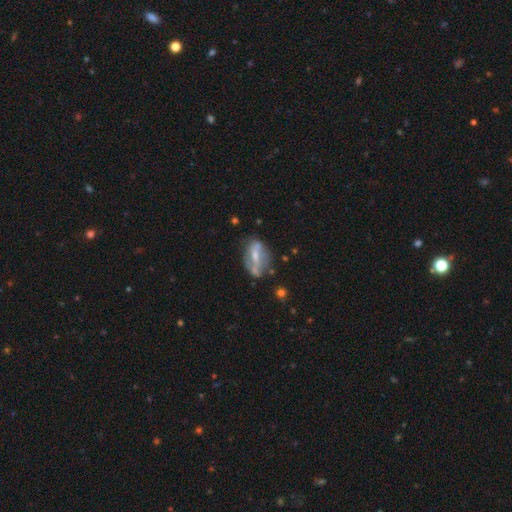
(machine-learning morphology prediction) A featured or disk galaxy (62%) with a strong bar (38%), no spiral arms (57%) and a small central bulge (46%).

Vote fractions:
- Smooth or featured? featured or disk: 62% / smooth: 30% / star or artifact: 8%
- Edge-on disk? no: 88% / yes: 12%
- Bar? strong: 38% / weak: 32% / no: 30%
- Spiral arms? no: 57% / yes: 43%
- Bulge size? small: 46% / moderate: 41% / none: 10% / large: 3% / dominant: 1%
- Merging? none: 54% / minor disturbance: 25% / major disturbance: 13% / merger: 7%